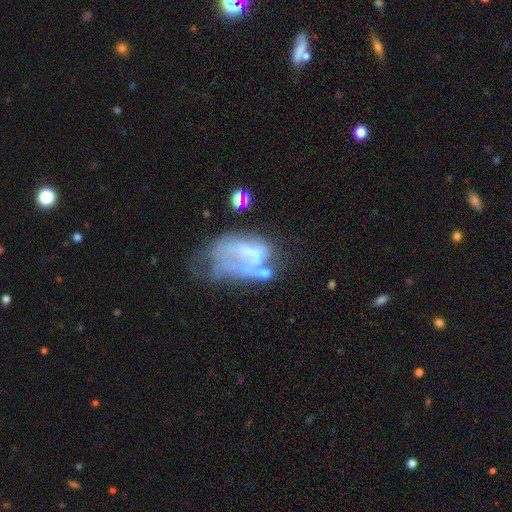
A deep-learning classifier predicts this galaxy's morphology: Smooth or featured? Predicted: featured or disk (p=0.59). Edge-on disk? Predicted: no (p=0.97). Bar? Predicted: no (p=0.80). Spiral arms? Predicted: no (p=0.84). Bulge size? Predicted: none (p=0.65). Merging? Predicted: major disturbance (p=0.43).